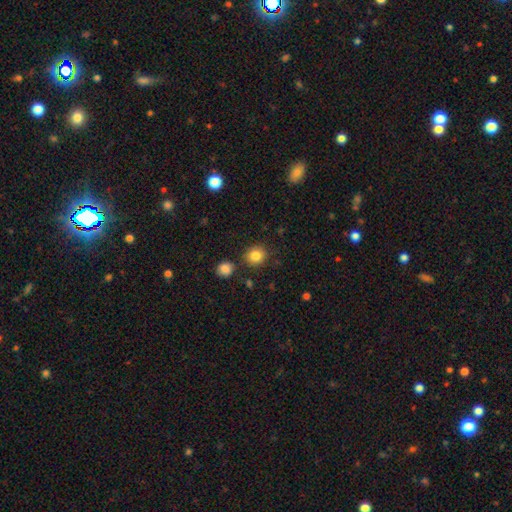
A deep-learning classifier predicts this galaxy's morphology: A smooth galaxy with no disk features (84%) that is round (87%).

Vote fractions:
- Smooth or featured? smooth: 84% / star or artifact: 10% / featured or disk: 5%
- How rounded? round: 87% / in between: 12% / cigar-shaped: 1%
- Merging? none: 84% / minor disturbance: 8% / merger: 5% / major disturbance: 3%